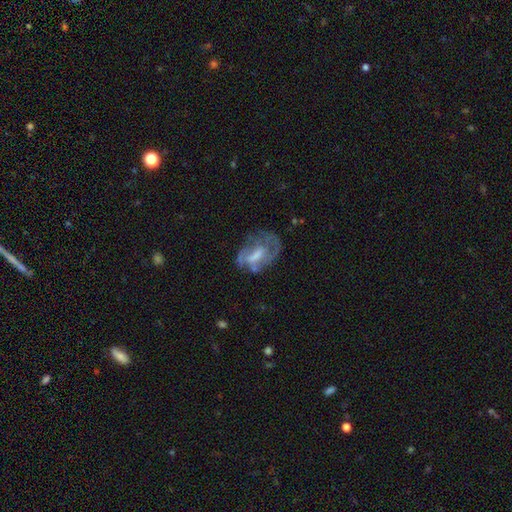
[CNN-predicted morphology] Smooth or featured?
  - featured or disk: 64% *
  - smooth: 27%
  - star or artifact: 9%
Edge-on disk?
  - no: 96% *
  - yes: 4%
Bar?
  - weak: 44% *
  - no: 35%
  - strong: 21%
Spiral arms?
  - yes: 58% *
  - no: 42%
Bulge size?
  - moderate: 37% *
  - none: 28%
  - small: 21%
  - large: 12%
  - dominant: 1%
Merging?
  - none: 42% *
  - major disturbance: 29%
  - minor disturbance: 25%
  - merger: 4%